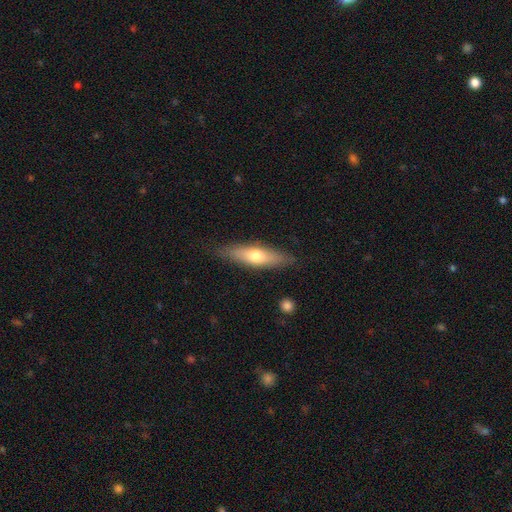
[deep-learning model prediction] A smooth galaxy with no disk features (59%) that is cigar-shaped (59%).

Vote fractions:
- Smooth or featured? smooth: 59% / featured or disk: 36% / star or artifact: 6%
- How rounded? cigar-shaped: 59% / in between: 39% / round: 2%
- Merging? none: 83% / minor disturbance: 13% / major disturbance: 3% / merger: 1%